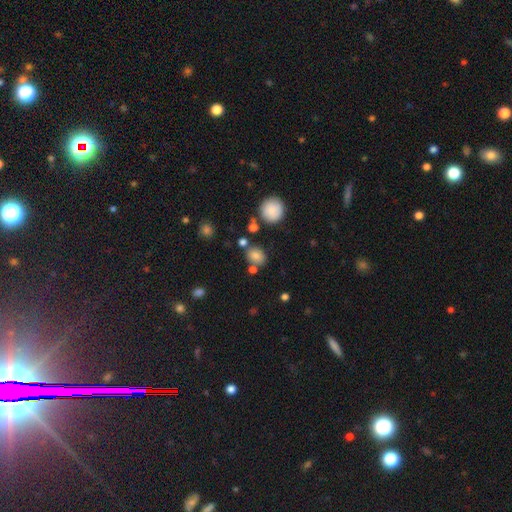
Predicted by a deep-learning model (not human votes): Smooth or featured? smooth (80%)
How rounded? round (50%)
Merging? none (71%)